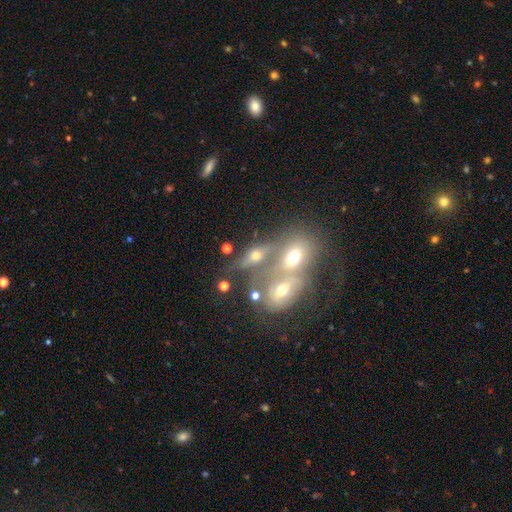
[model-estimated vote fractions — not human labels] smooth-or-featured: featured or disk: 41% (tied) | smooth: 41% (tied) | star or artifact: 17%
  merging: merger: 58% | none: 24% | minor disturbance: 9% | major disturbance: 9%